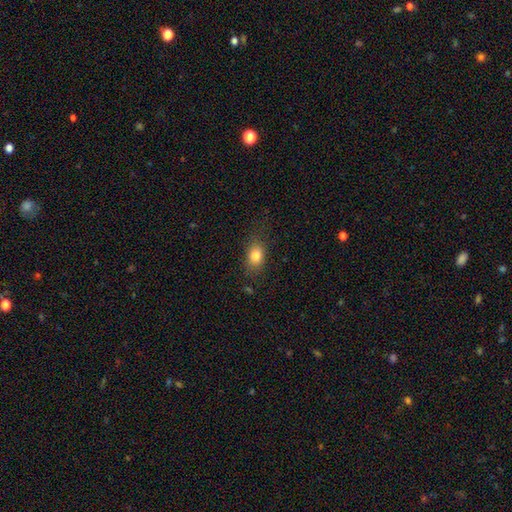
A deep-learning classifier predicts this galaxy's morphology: smooth 82%, star or artifact 9%, featured or disk 8%. Down the decision tree: how rounded — in between (75%); merging — none (74%).